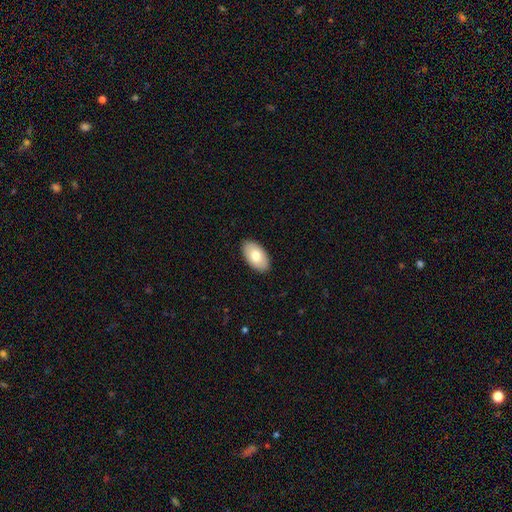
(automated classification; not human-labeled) Smooth or featured: smooth — 78% (featured or disk — 16%)
How rounded: in between — 96% (round — 3%)
Merging: none — 90% (minor disturbance — 8%)